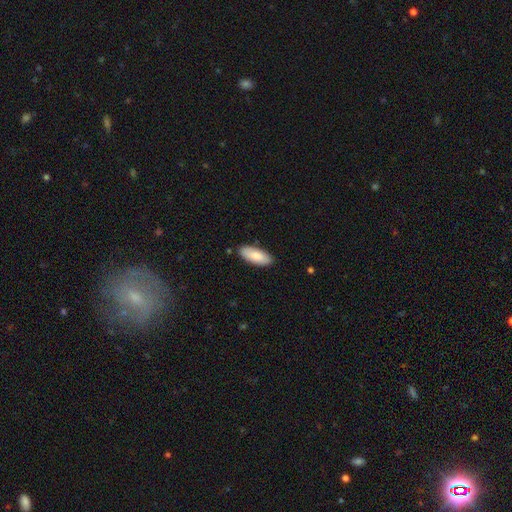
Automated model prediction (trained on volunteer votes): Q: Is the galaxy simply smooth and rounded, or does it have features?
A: smooth — 83%.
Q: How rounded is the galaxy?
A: in between — 79%.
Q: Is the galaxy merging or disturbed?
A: none — 86%.